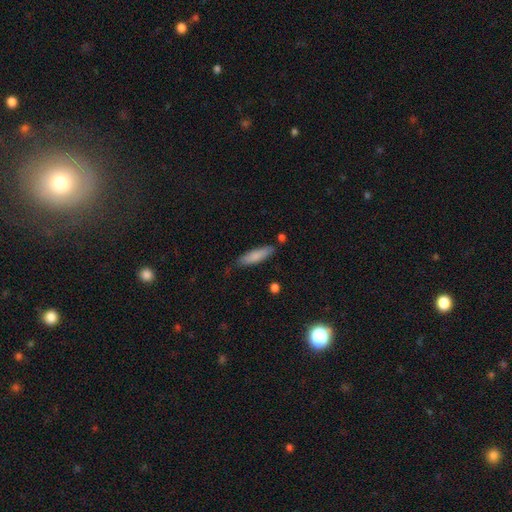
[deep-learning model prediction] smooth-or-featured: smooth: 80% | featured or disk: 14% | star or artifact: 6%
  how-rounded: cigar-shaped: 69% | in between: 30% | round: 1%
  merging: none: 73% | minor disturbance: 20% | merger: 4% | major disturbance: 3%